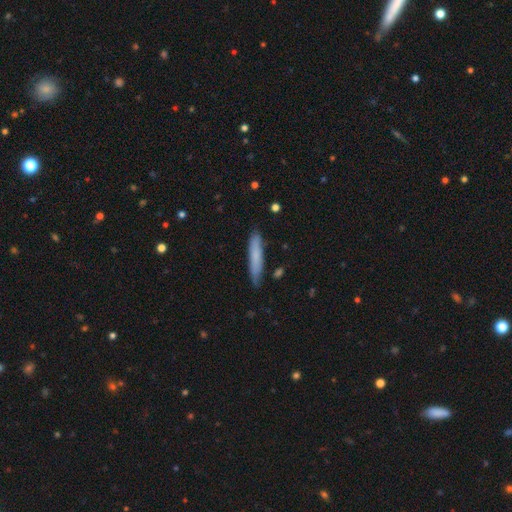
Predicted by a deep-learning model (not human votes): Overall: smooth (74%). How rounded: cigar-shaped (93%). Merging: none (85%).